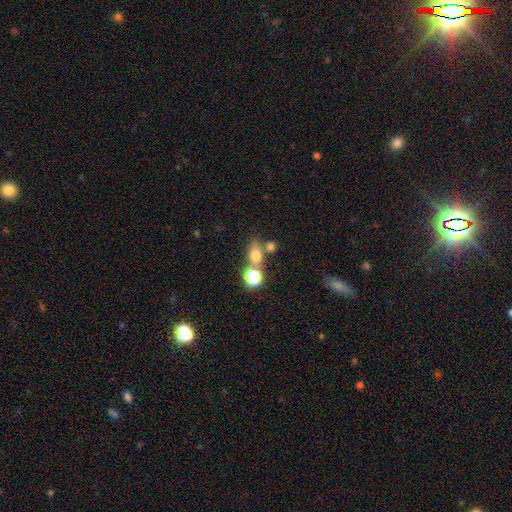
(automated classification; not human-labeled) Smooth or featured? smooth (69%)
How rounded? in between (60%)
Merging? none (55%)